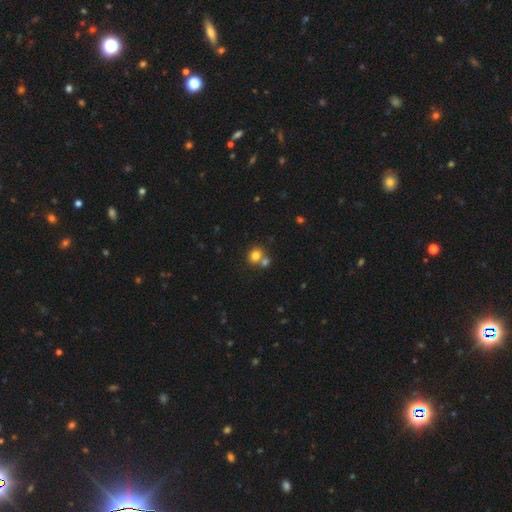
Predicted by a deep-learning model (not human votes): smooth 80%, star or artifact 12%, featured or disk 8%. Down the decision tree: how rounded — round (73%); merging — none (52%).